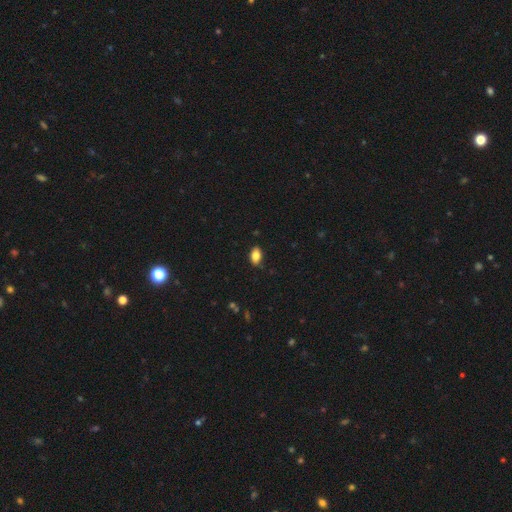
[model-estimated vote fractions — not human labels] Smooth or featured?
  - smooth: 83% *
  - featured or disk: 8%
  - star or artifact: 8%
How rounded?
  - in between: 89% *
  - round: 8%
  - cigar-shaped: 2%
Merging?
  - none: 84% *
  - minor disturbance: 13%
  - major disturbance: 2%
  - merger: 1%